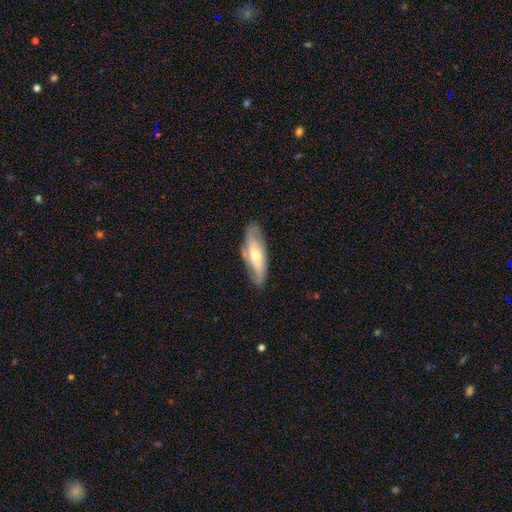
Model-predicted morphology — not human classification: A featured or disk galaxy (56%).

Vote fractions:
- Smooth or featured? featured or disk: 56% / smooth: 38% / star or artifact: 6%
- Edge-on disk? no: 70% / yes: 30%
- Merging? none: 73% / minor disturbance: 20% / major disturbance: 5% / merger: 2%